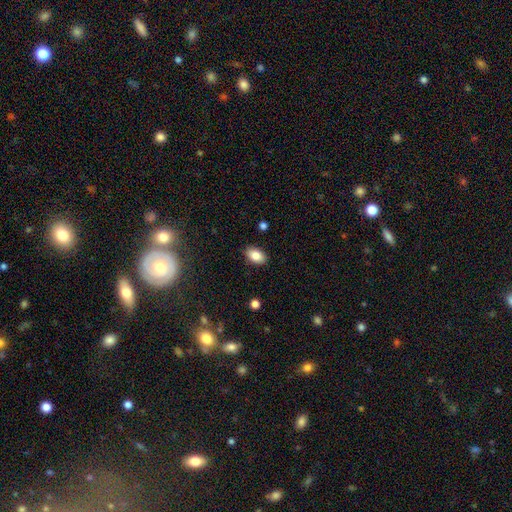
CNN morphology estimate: Smooth or featured? smooth (83%)
How rounded? in between (89%)
Merging? none (88%)